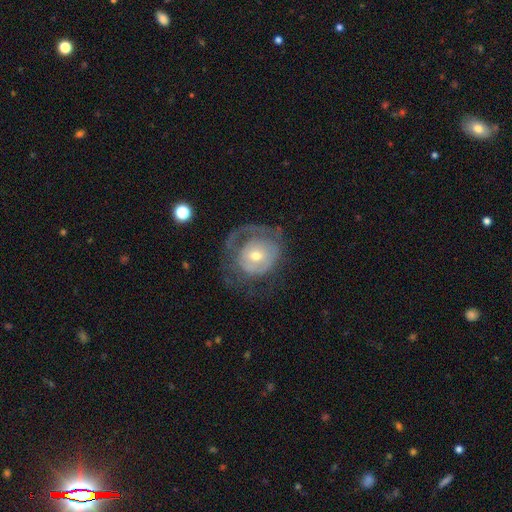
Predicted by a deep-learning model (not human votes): Morphology: type=featured or disk (63%); edge-on=no (96%); bar=no (69%); spiral arms=yes (60%); bulge=moderate (53%); merging=none (44%).